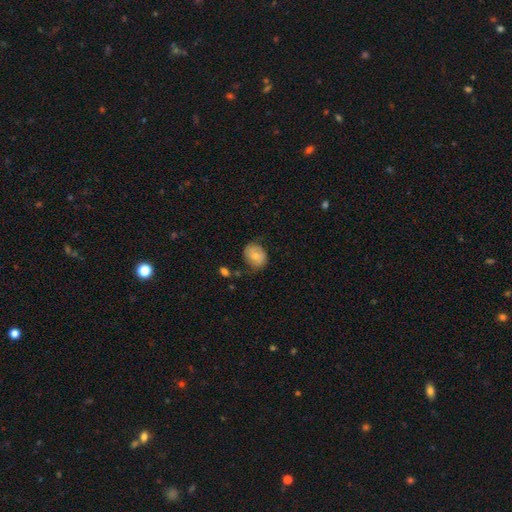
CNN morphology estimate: type=smooth (70%); roundness=round (52%); merging=none (66%).